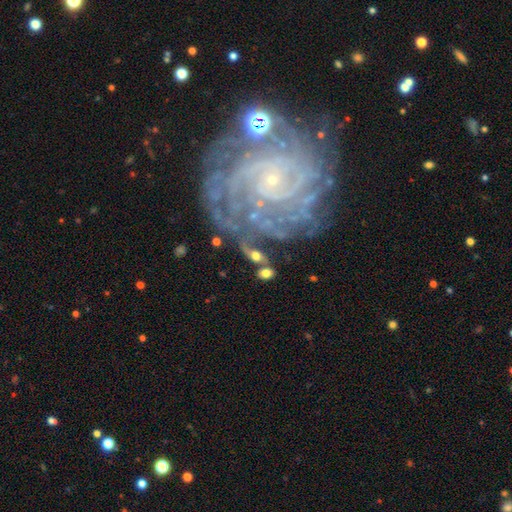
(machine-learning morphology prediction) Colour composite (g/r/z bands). It shows a featured or disk galaxy (46%). Merging: none (43%).